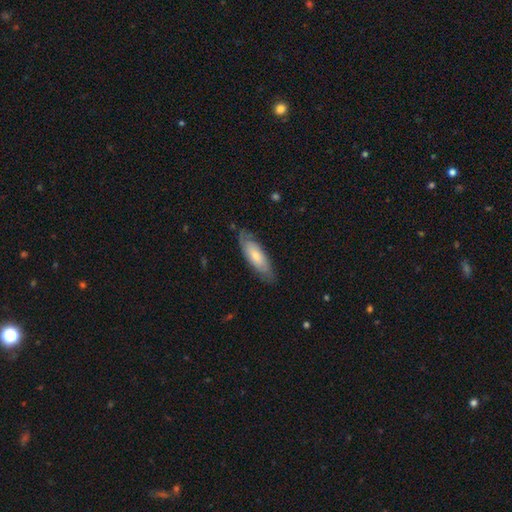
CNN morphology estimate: smooth_or_featured: smooth (p=0.53) [alt: featured or disk p=0.41]
how_rounded: in between (p=0.62) [alt: cigar-shaped p=0.36]
merging: none (p=0.74) [alt: minor disturbance p=0.20]